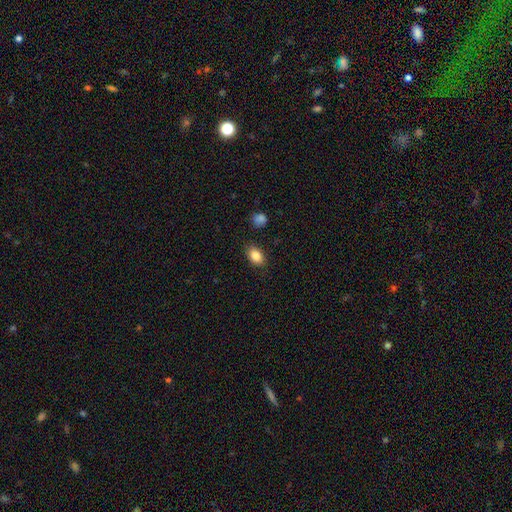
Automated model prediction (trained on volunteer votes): smooth_or_featured: smooth (p=0.86) [alt: star or artifact p=0.08]
how_rounded: in between (p=0.85) [alt: round p=0.14]
merging: none (p=0.85) [alt: minor disturbance p=0.10]